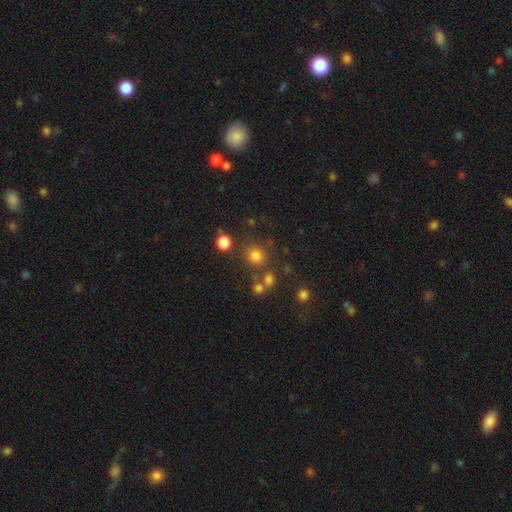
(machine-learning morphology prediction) Smooth or featured? Predicted: smooth (p=0.76). How rounded? Predicted: round (p=0.87). Merging? Predicted: none (p=0.75).